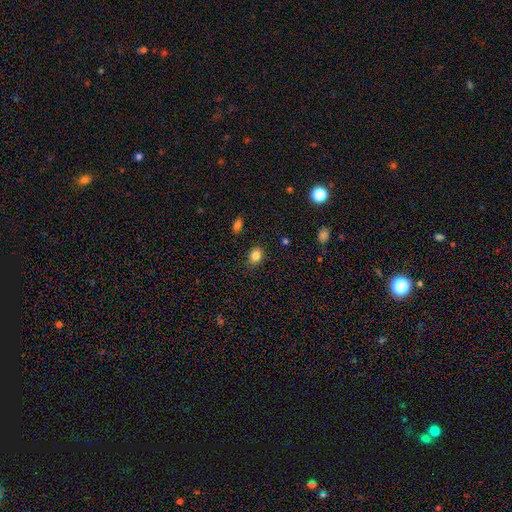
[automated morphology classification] Smooth or featured?
  - smooth: 83% *
  - star or artifact: 10%
  - featured or disk: 6%
How rounded?
  - in between: 59% *
  - round: 40%
  - cigar-shaped: 1%
Merging?
  - none: 85% *
  - minor disturbance: 11%
  - major disturbance: 3%
  - merger: 2%